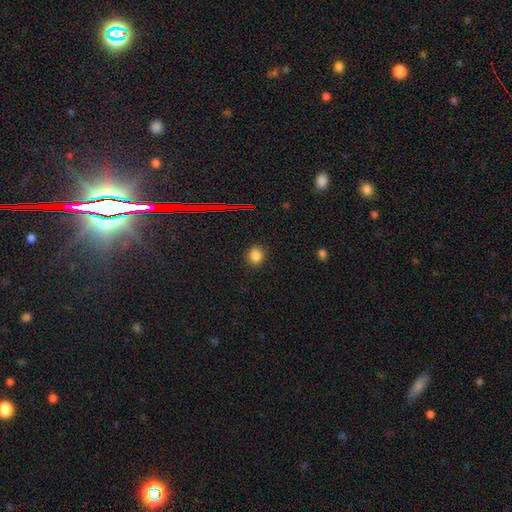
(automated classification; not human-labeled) Smooth or featured: smooth — 82% (star or artifact — 14%)
How rounded: round — 66% (in between — 33%)
Merging: none — 87% (minor disturbance — 10%)